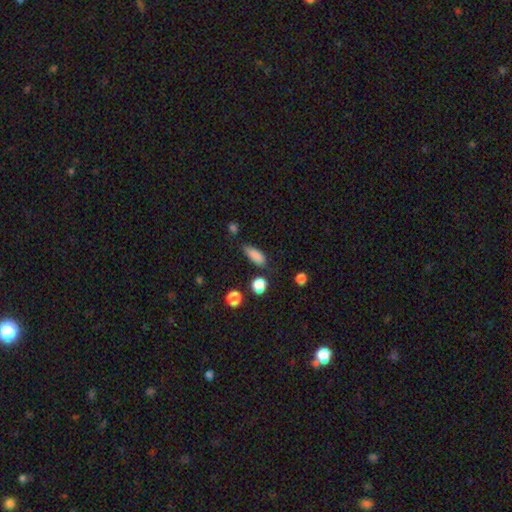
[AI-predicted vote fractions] Smooth or featured?
  - smooth: 85% *
  - star or artifact: 9%
  - featured or disk: 6%
How rounded?
  - in between: 68% *
  - cigar-shaped: 28%
  - round: 4%
Merging?
  - none: 71% *
  - minor disturbance: 20%
  - major disturbance: 5%
  - merger: 4%